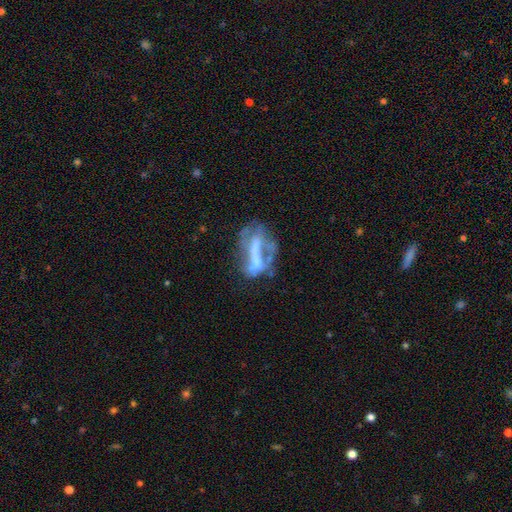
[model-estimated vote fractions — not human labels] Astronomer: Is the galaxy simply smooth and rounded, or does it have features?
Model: featured or disk — 62%.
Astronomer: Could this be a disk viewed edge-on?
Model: no — 89%.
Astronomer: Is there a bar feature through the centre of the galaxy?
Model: strong — 44% (runner-up: no, 37%).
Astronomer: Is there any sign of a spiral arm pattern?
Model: no — 72%.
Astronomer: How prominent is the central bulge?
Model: none — 50%.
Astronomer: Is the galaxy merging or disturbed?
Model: major disturbance — 32%, tied with none at 32%.